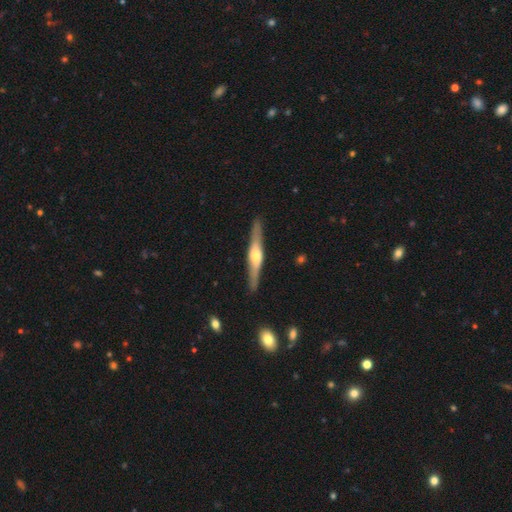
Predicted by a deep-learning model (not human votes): Smooth or featured? featured or disk (72%)
Edge-on disk? yes (97%)
Edge-on bulge? rounded (88%)
Merging? none (90%)